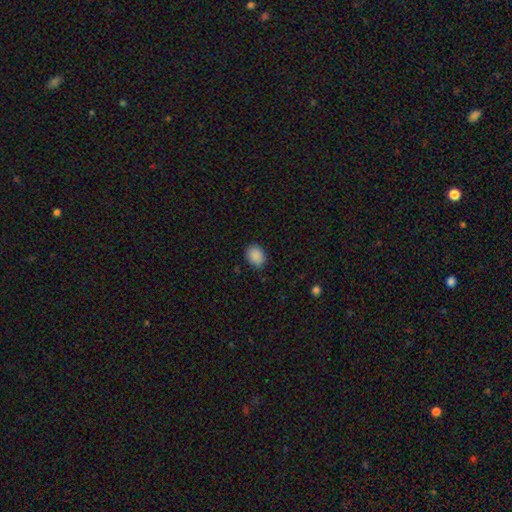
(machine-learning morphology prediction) smooth_or_featured: smooth (p=0.89) [alt: star or artifact p=0.08]
how_rounded: in between (p=0.63) [alt: round p=0.36]
merging: none (p=0.86) [alt: minor disturbance p=0.11]